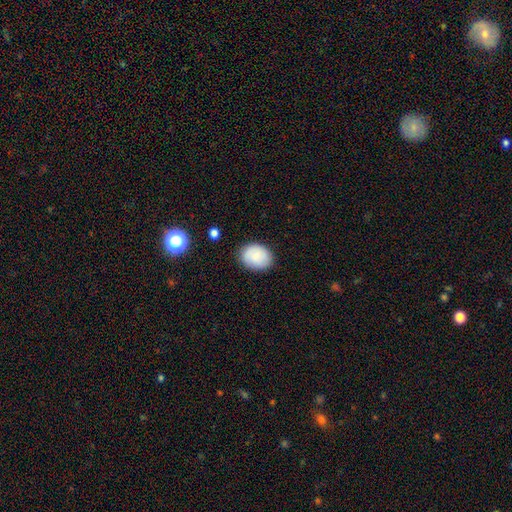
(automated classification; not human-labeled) Smooth or featured? Predicted: smooth (p=0.82). How rounded? Predicted: in between (p=0.62). Merging? Predicted: none (p=0.83).